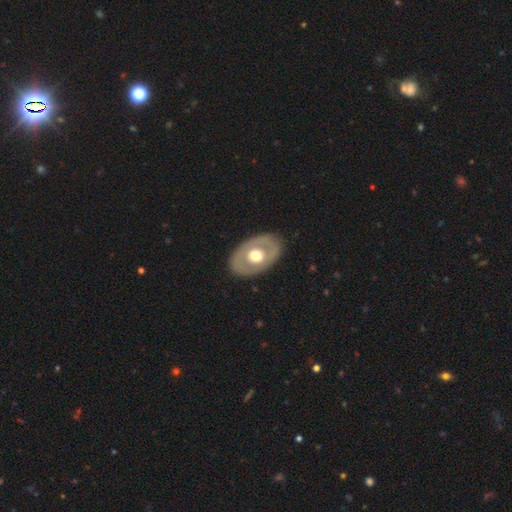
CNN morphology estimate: Overall: featured or disk (52%; smooth 43%). Edge-on disk: no (89%). Merging: none (84%).